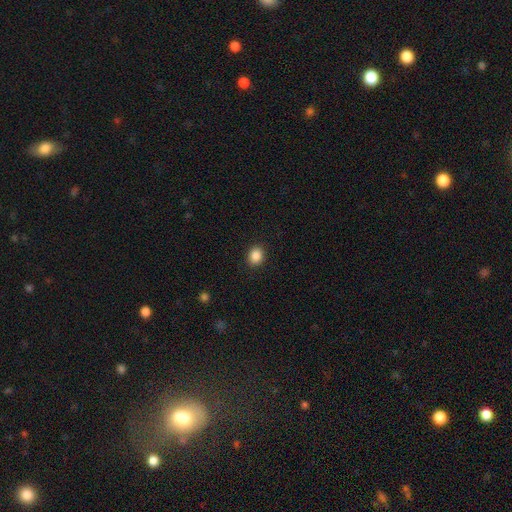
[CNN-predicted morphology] Q: Smooth or featured?
A: smooth (88%); runner-up: star or artifact (9%)
Q: How rounded?
A: round (60%); runner-up: in between (39%)
Q: Merging?
A: none (90%); runner-up: minor disturbance (7%)